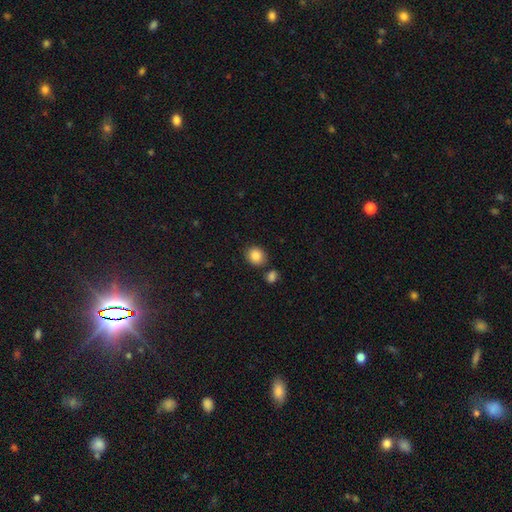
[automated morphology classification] Q: Smooth or featured?
A: smooth (87%); runner-up: star or artifact (9%)
Q: How rounded?
A: round (69%); runner-up: in between (30%)
Q: Merging?
A: none (76%); runner-up: minor disturbance (11%)